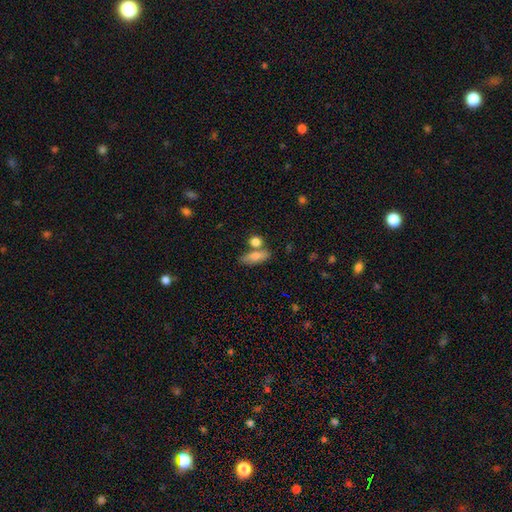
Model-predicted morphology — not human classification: Q: Smooth or featured?
A: smooth (73%); runner-up: featured or disk (19%)
Q: How rounded?
A: in between (56%); runner-up: cigar-shaped (34%)
Q: Merging?
A: none (61%); runner-up: merger (23%)